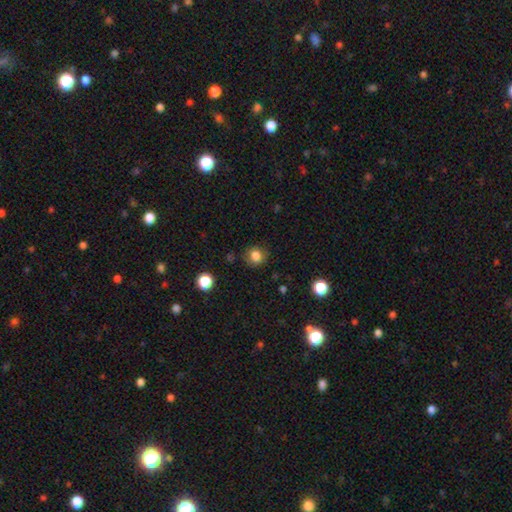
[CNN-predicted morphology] type=smooth (81%); roundness=round (80%); merging=none (81%).